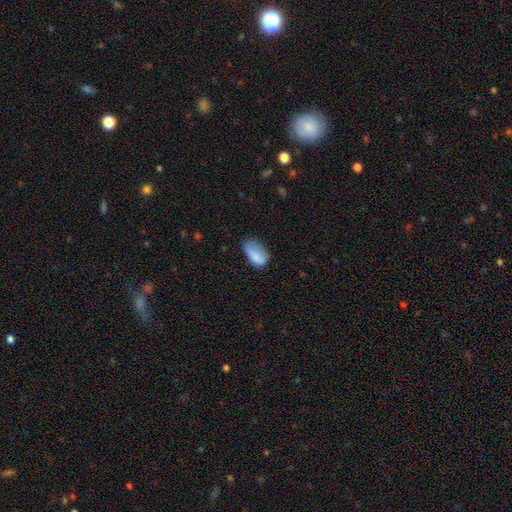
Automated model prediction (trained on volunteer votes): A smooth galaxy with no disk features (83%) that is in between round and cigar-shaped (93%). Merging: none (45%).